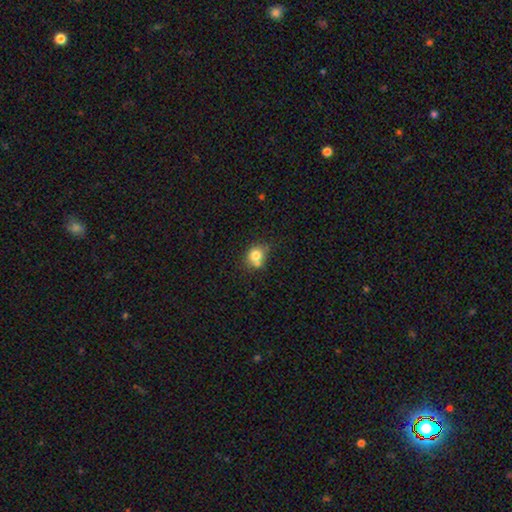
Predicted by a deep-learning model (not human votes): Smooth or featured: smooth — 77% (featured or disk — 12%)
How rounded: round — 70% (in between — 29%)
Merging: none — 53% (merger — 27%)